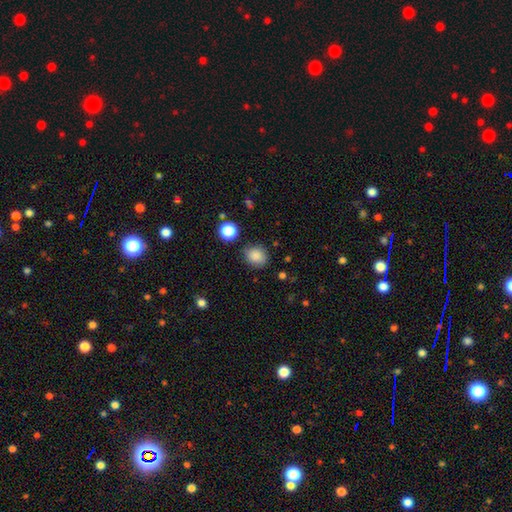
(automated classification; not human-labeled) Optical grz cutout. It shows a smooth galaxy with no disk features (86%) that is round (71%). Merging: none (82%).